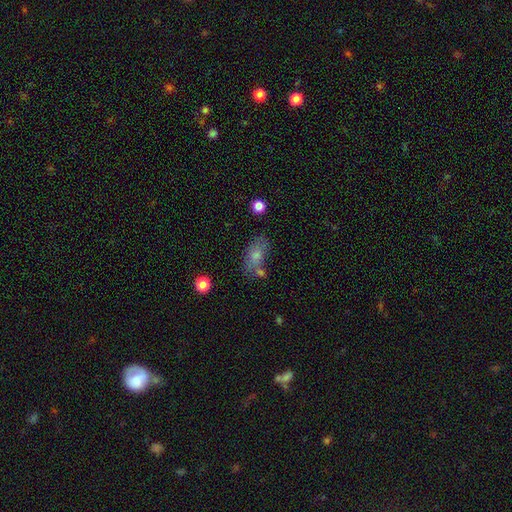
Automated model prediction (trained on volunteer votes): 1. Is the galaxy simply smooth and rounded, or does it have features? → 72% smooth, 18% featured or disk, 10% star or artifact.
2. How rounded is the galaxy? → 87% in between, 8% round, 5% cigar-shaped.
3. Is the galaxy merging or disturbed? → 51% none, 22% minor disturbance, 17% merger, 10% major disturbance.